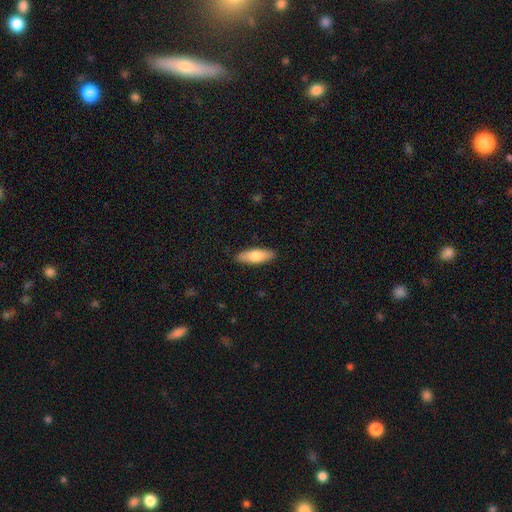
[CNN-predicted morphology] This appears to be a smooth galaxy with no disk features (74%) that is in between round and cigar-shaped (58%). Merging: none (88%).